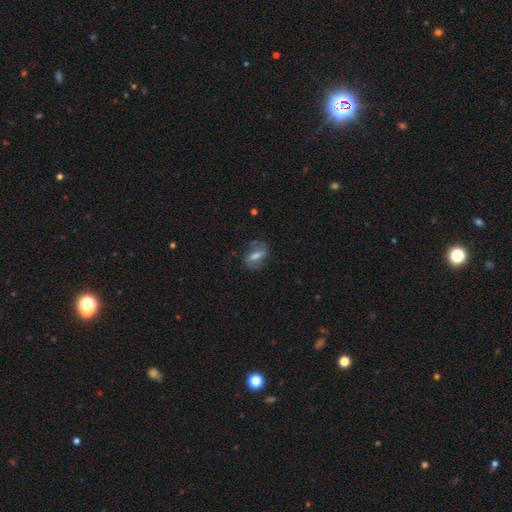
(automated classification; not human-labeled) featured or disk 48%, smooth 43%, star or artifact 9%. Down the decision tree: merging — none (62%).